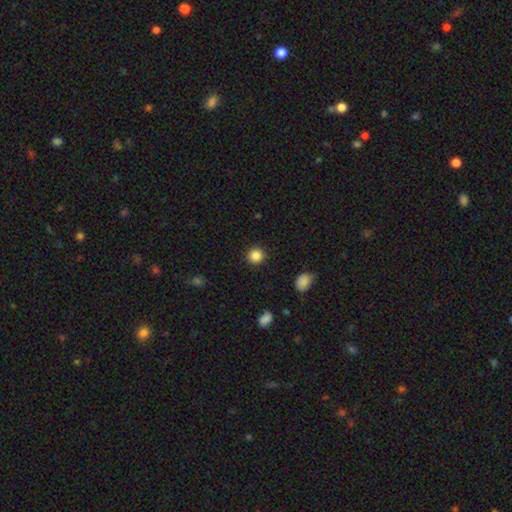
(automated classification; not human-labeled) Smooth or featured? smooth (86%)
How rounded? round (93%)
Merging? none (91%)